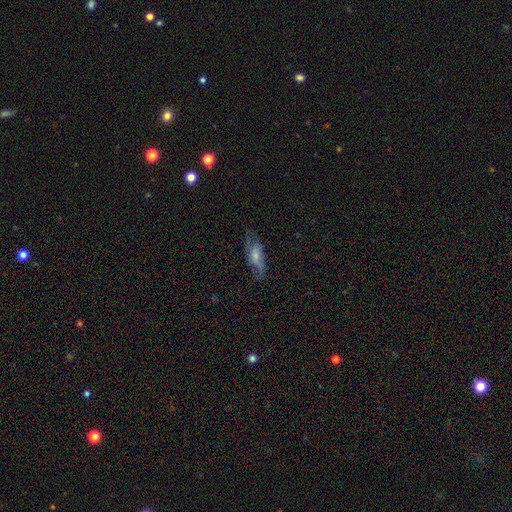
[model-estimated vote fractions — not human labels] This is possibly a smooth galaxy (53%). How rounded: likely in between (71%). Merging: possibly none (57%).